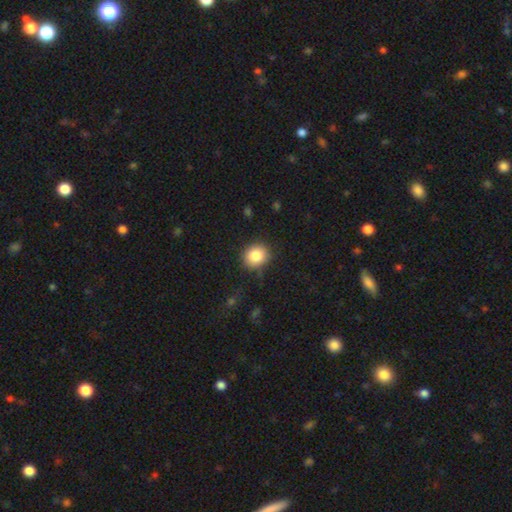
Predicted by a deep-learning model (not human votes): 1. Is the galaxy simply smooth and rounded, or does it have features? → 84% smooth, 9% star or artifact, 6% featured or disk.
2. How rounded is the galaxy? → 79% round, 20% in between, 1% cigar-shaped.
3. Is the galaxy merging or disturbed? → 87% none, 9% minor disturbance, 3% major disturbance, 1% merger.